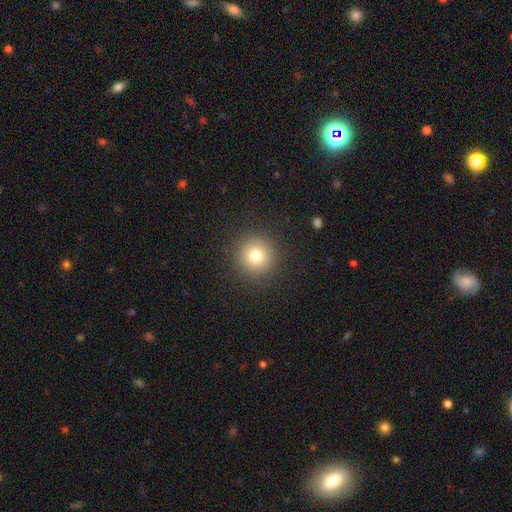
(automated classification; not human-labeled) A smooth galaxy with no disk features (78%) that is round (95%).

Vote fractions:
- Smooth or featured? smooth: 78% / star or artifact: 13% / featured or disk: 9%
- How rounded? round: 95% / in between: 4% / cigar-shaped: 1%
- Merging? none: 91% / minor disturbance: 6% / major disturbance: 3% / merger: 1%